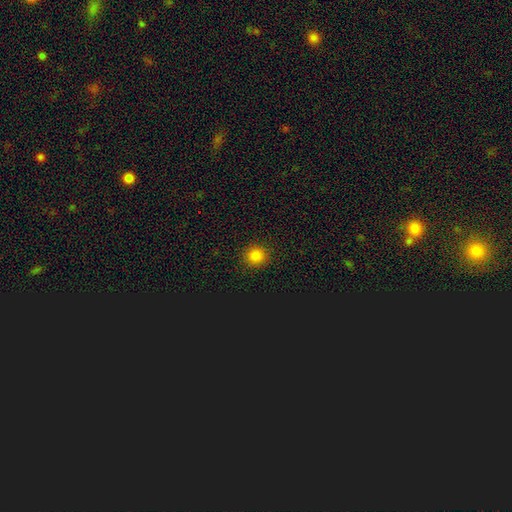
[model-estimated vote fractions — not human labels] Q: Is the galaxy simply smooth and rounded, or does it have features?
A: smooth — 81%.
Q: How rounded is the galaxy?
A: round — 90%.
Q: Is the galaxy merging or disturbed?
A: none — 91%.